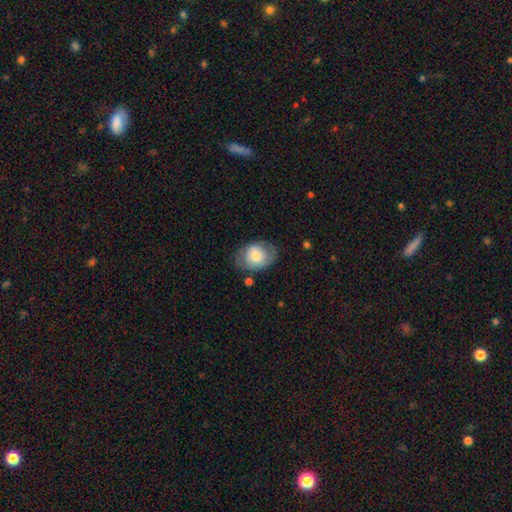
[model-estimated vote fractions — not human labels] Smooth or featured: smooth — 70% (featured or disk — 23%)
How rounded: in between — 66% (round — 33%)
Merging: none — 68% (minor disturbance — 21%)